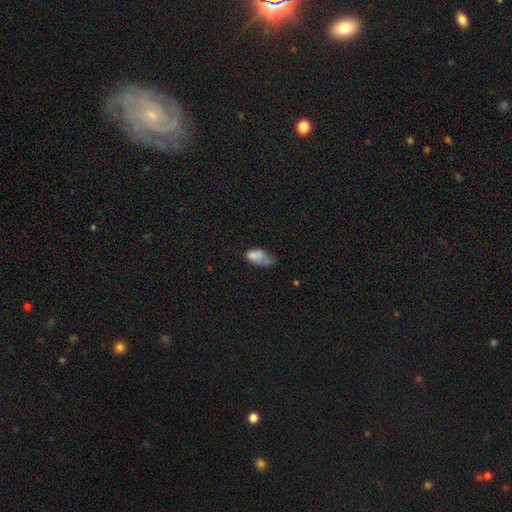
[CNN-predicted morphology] Smooth or featured?
  - smooth: 67% *
  - featured or disk: 23%
  - star or artifact: 10%
How rounded?
  - in between: 90% *
  - round: 6%
  - cigar-shaped: 4%
Merging?
  - major disturbance: 31% *
  - minor disturbance: 30%
  - none: 25%
  - merger: 15%